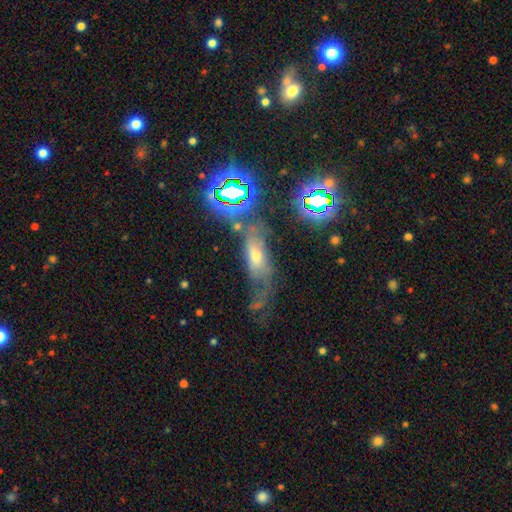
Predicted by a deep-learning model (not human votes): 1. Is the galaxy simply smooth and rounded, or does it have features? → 39% smooth, 34% featured or disk, 27% star or artifact.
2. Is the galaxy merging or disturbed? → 40% none, 25% major disturbance, 22% minor disturbance, 13% merger.